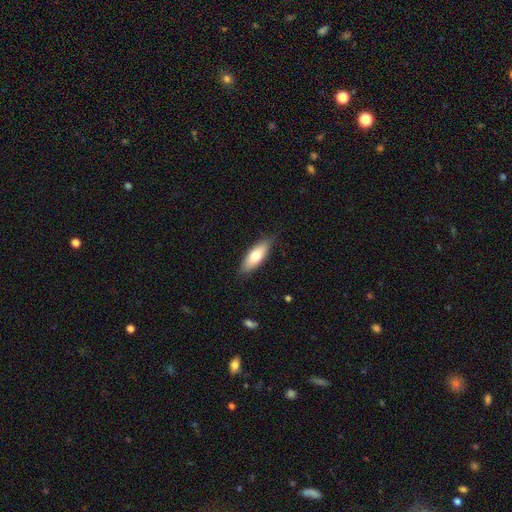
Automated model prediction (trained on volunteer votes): The model was most divided on "how rounded": in between: 71%, cigar-shaped: 27%, round: 2%. More confident: merging — none (83%); smooth or featured — smooth (72%).